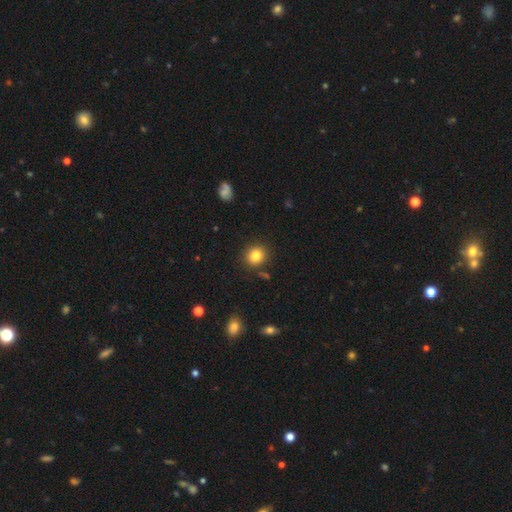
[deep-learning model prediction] smooth 84%, star or artifact 11%, featured or disk 6%. Down the decision tree: how rounded — round (80%); merging — none (87%).